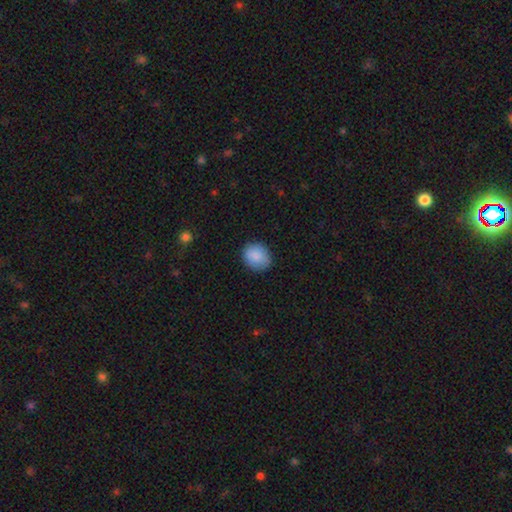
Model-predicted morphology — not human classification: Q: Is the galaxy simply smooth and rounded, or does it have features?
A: smooth — 88%.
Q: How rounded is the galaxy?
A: round — 68%.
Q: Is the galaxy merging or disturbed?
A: none — 85%.